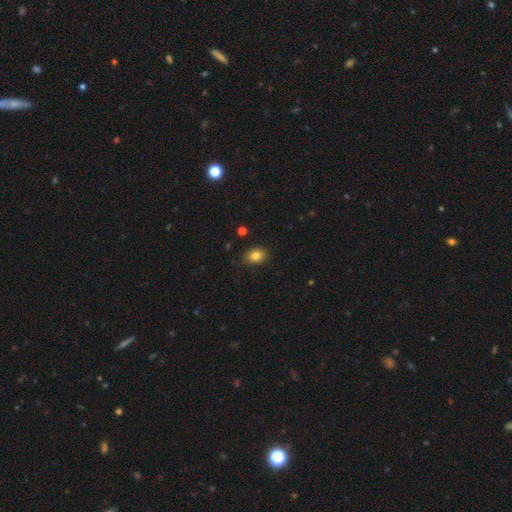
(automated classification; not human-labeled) The model was most divided on "how rounded": in between: 68%, round: 31%, cigar-shaped: 1%. More confident: merging — none (84%); smooth or featured — smooth (83%).